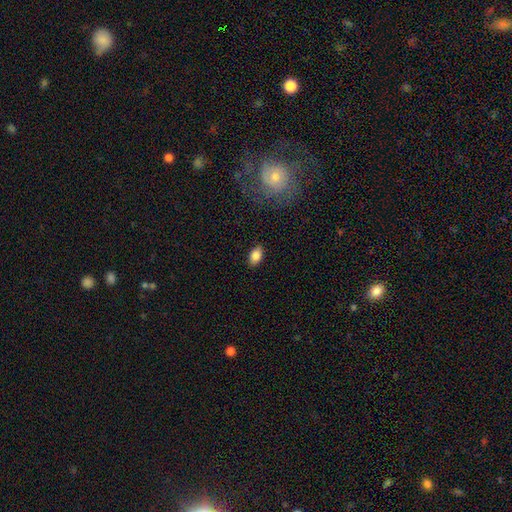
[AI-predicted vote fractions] smooth_or_featured: smooth (p=0.84) [alt: star or artifact p=0.08]
how_rounded: in between (p=0.89) [alt: round p=0.08]
merging: none (p=0.87) [alt: minor disturbance p=0.10]